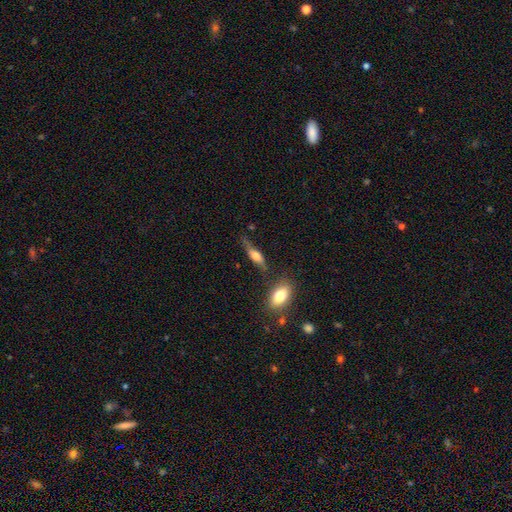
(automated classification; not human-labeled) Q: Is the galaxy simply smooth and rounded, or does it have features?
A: smooth — 51%.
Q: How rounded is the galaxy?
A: in between — 49%.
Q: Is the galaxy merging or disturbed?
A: none — 54%.